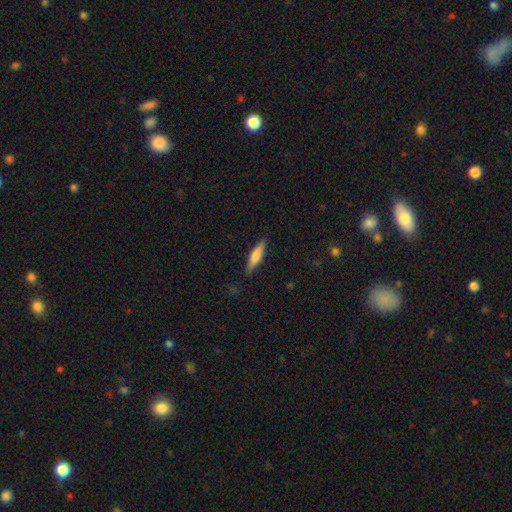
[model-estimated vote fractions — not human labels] smooth 59%, featured or disk 34%, star or artifact 6%. Down the decision tree: how rounded — cigar-shaped (80%); merging — none (88%).